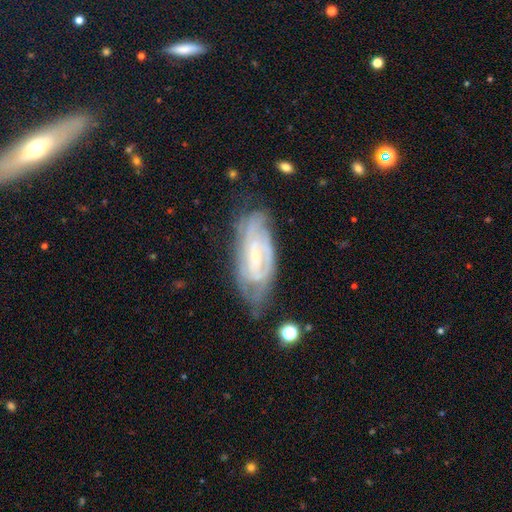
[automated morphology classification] Overall: featured or disk (78%). Edge-on disk: no (90%). Bar: weak (46%; no 32%). Spiral arms: yes (88%). Spiral arm count: can't tell (45%; 2 29%). Spiral winding: tight (62%; medium 31%). Bulge size: small (59%; moderate 27%). Merging: none (59%; minor disturbance 27%).